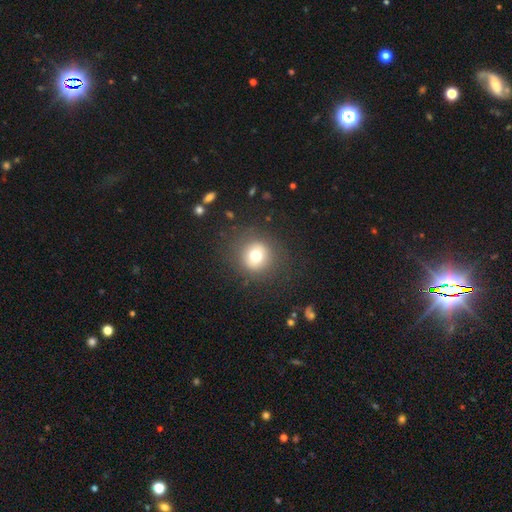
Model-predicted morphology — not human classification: Overall: smooth (73%). How rounded: round (92%). Merging: none (85%).